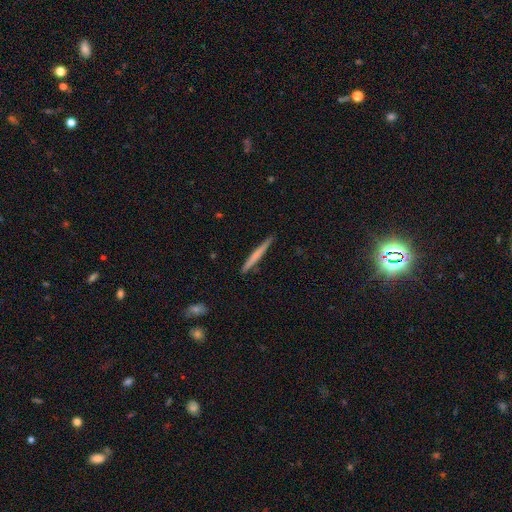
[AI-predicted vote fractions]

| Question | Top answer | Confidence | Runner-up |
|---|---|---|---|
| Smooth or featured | smooth | 56% | featured or disk (38%) |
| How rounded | cigar-shaped | 97% | in between (2%) |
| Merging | none | 91% | minor disturbance (7%) |